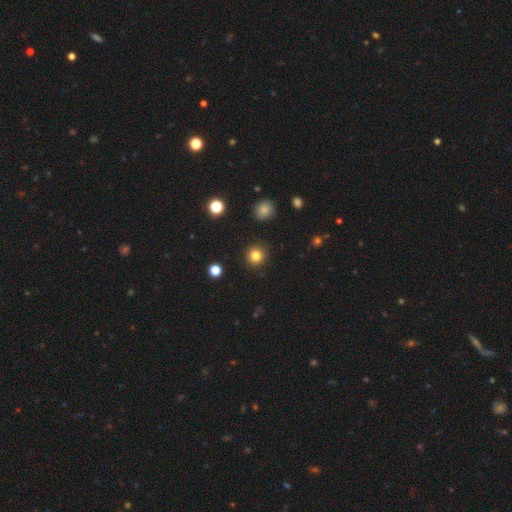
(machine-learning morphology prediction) This appears to be a smooth galaxy with no disk features (82%) that is round (94%). Merging: none (92%).